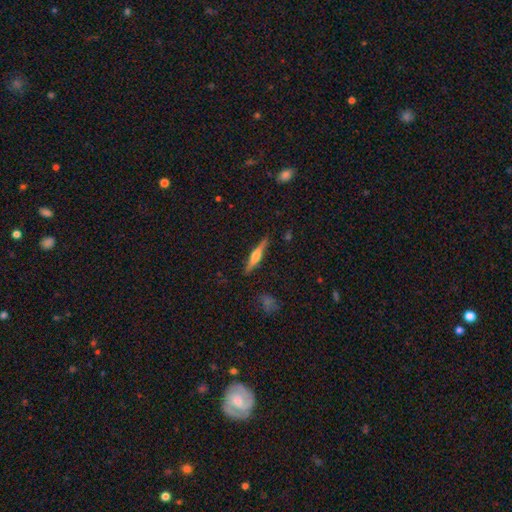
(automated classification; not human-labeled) Overall: featured or disk (64%; smooth 30%). Edge-on disk: yes (97%). Edge-on bulge: rounded (83%). Merging: none (89%).